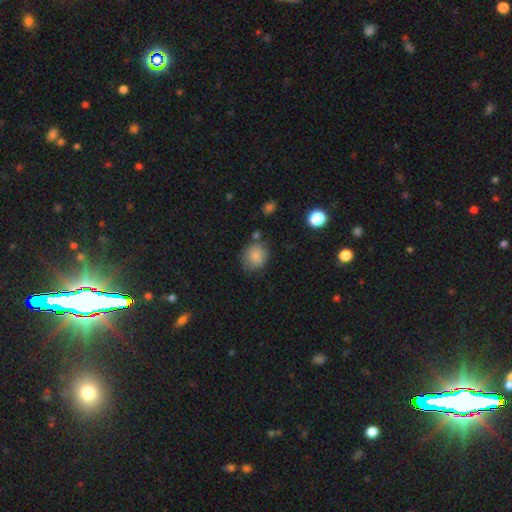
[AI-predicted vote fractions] smooth-or-featured: smooth: 84% | star or artifact: 10% | featured or disk: 7%
  how-rounded: round: 78% | in between: 21% | cigar-shaped: 1%
  merging: none: 72% | minor disturbance: 18% | merger: 6% | major disturbance: 5%